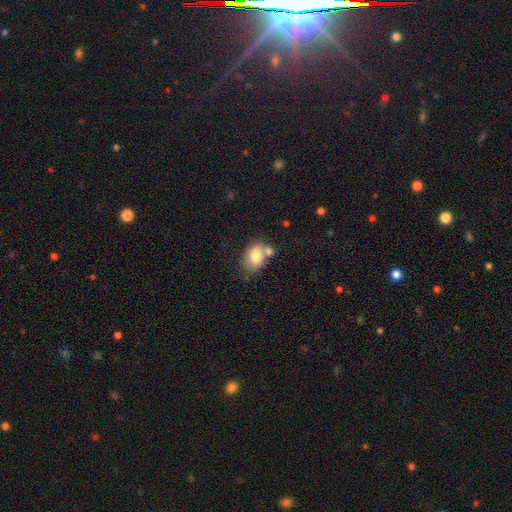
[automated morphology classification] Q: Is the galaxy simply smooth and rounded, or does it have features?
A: smooth — 75%.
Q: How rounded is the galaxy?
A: in between — 76%.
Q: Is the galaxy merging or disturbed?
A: none — 42%.